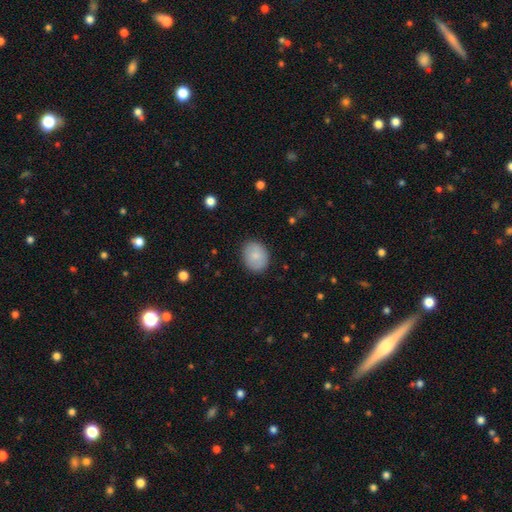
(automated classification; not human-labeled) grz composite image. It shows a smooth galaxy with no disk features (83%) that is round (50%). Merging: none (86%).